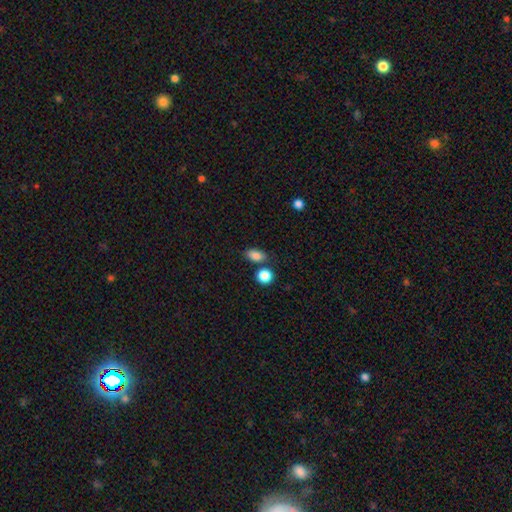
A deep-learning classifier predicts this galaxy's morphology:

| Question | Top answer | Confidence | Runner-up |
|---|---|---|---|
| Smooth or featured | smooth | 85% | star or artifact (10%) |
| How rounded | in between | 82% | round (15%) |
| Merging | none | 74% | minor disturbance (12%) |